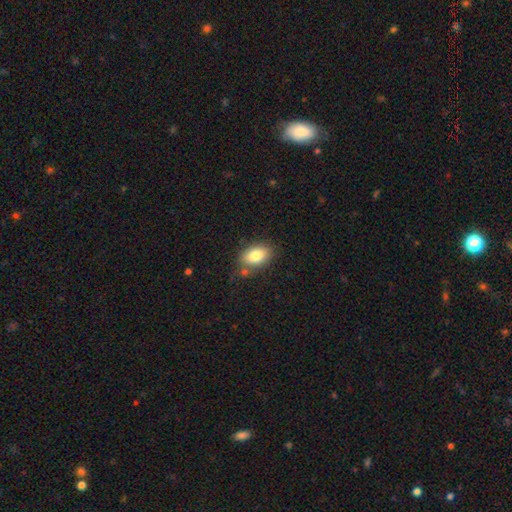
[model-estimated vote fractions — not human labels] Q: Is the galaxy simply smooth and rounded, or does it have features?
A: smooth — 83%.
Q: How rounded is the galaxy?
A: in between — 88%.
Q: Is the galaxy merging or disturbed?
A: none — 73%.